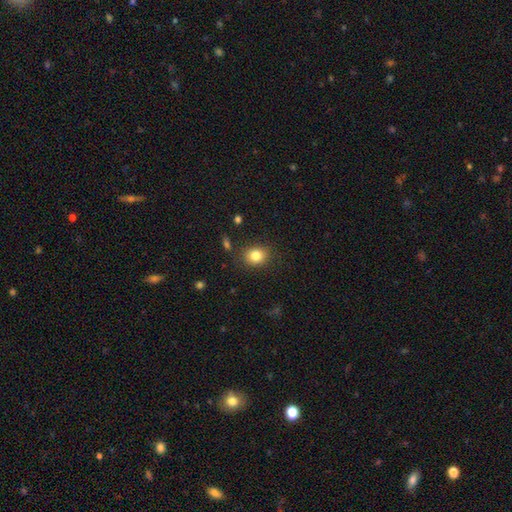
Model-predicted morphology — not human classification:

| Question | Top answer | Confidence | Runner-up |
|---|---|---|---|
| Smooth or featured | smooth | 83% | star or artifact (11%) |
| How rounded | round | 59% | in between (40%) |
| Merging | none | 84% | minor disturbance (11%) |